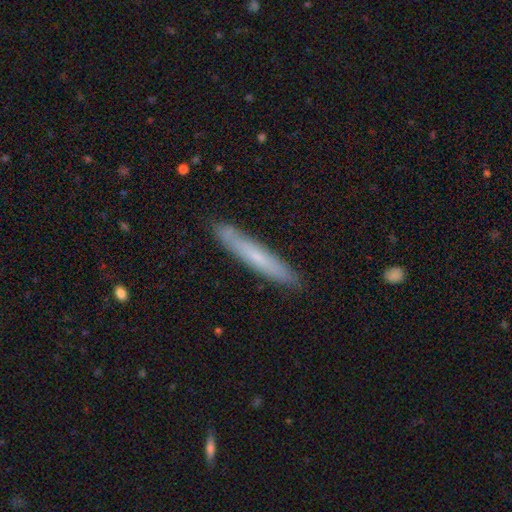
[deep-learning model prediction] Q: Smooth or featured?
A: smooth (57%); runner-up: featured or disk (37%)
Q: How rounded?
A: cigar-shaped (94%); runner-up: in between (5%)
Q: Merging?
A: none (86%); runner-up: minor disturbance (11%)